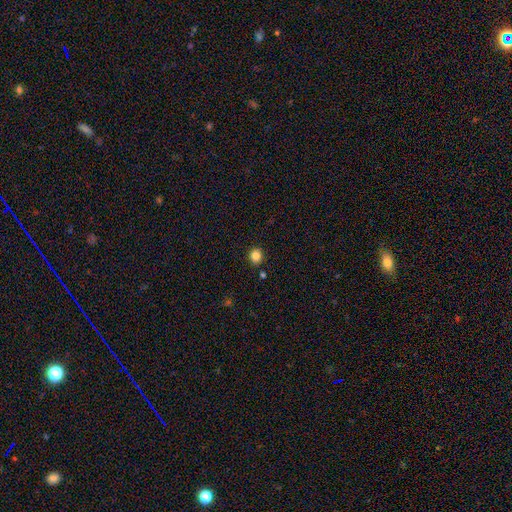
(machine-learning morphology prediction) Overall: smooth (85%). How rounded: round (78%). Merging: none (89%).